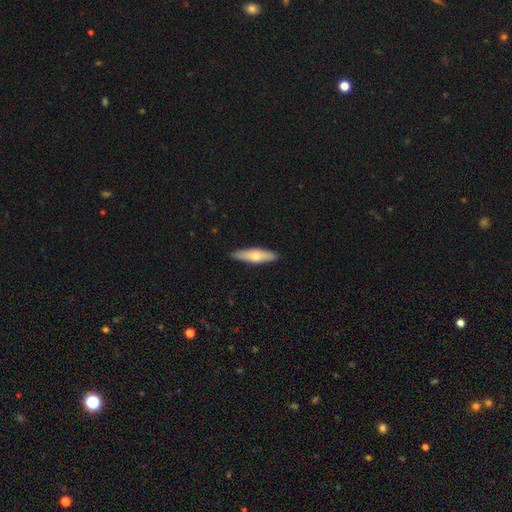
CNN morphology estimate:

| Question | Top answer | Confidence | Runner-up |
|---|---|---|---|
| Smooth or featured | smooth | 62% | featured or disk (33%) |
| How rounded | cigar-shaped | 67% | in between (31%) |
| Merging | none | 88% | minor disturbance (9%) |